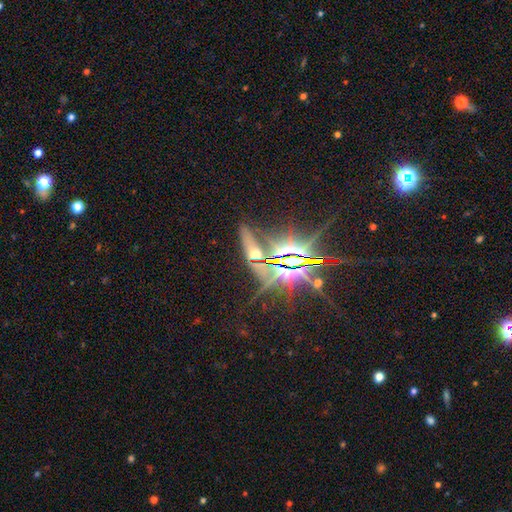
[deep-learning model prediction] Smooth or featured?
  - star or artifact: 55% *
  - smooth: 23%
  - featured or disk: 22%